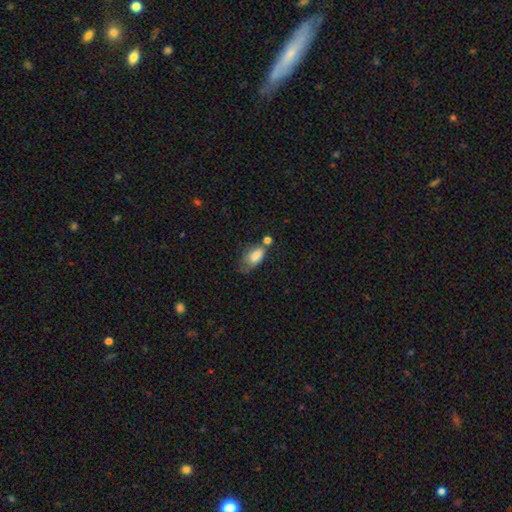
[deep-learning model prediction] Smooth or featured? smooth (78%)
How rounded? in between (89%)
Merging? minor disturbance (30%)